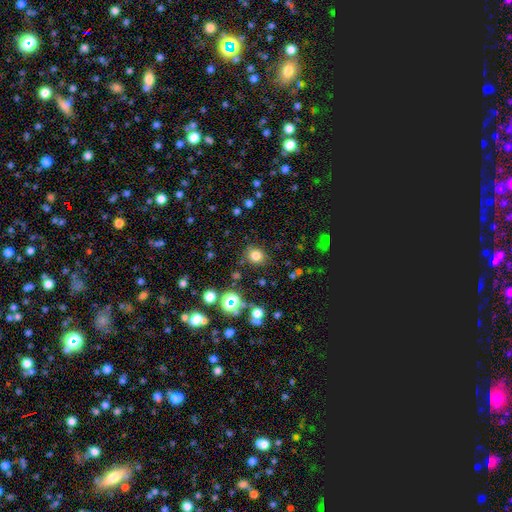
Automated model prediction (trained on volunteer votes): This appears to be a smooth galaxy with no disk features (77%) that is round (83%). Merging: none (84%).